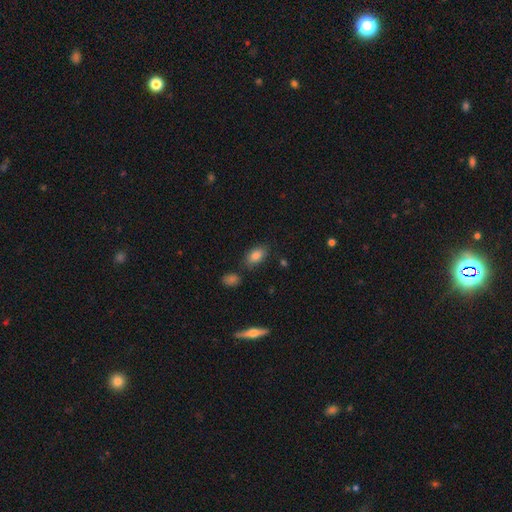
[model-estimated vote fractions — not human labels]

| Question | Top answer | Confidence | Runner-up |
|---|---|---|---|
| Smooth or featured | smooth | 83% | star or artifact (9%) |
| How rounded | in between | 89% | round (8%) |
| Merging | none | 79% | minor disturbance (12%) |